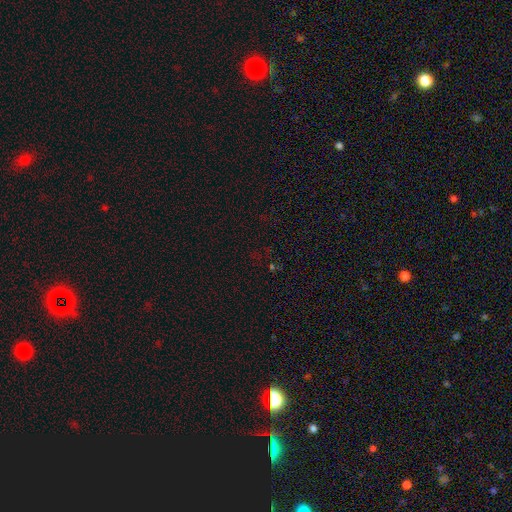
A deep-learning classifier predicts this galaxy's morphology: Overall: star or artifact (69%).